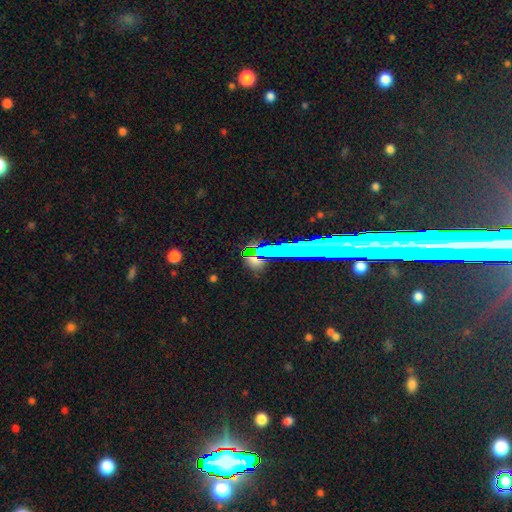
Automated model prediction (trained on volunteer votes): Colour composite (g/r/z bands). It shows a star or artifact, not a galaxy (56%).